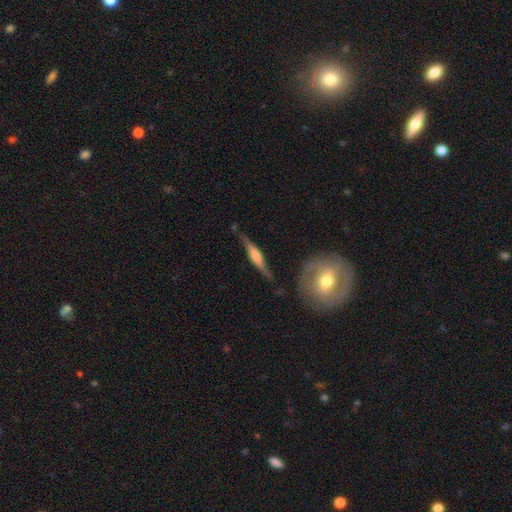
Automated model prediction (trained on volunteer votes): Overall: featured or disk (68%). Edge-on disk: yes (92%). Edge-on bulge: rounded (67%). Merging: none (75%).